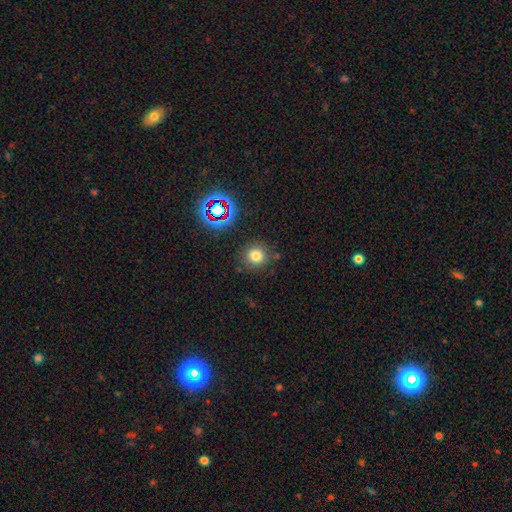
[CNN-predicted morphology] This appears to be a smooth galaxy with no disk features (75%) that is round (91%). Merging: none (84%).